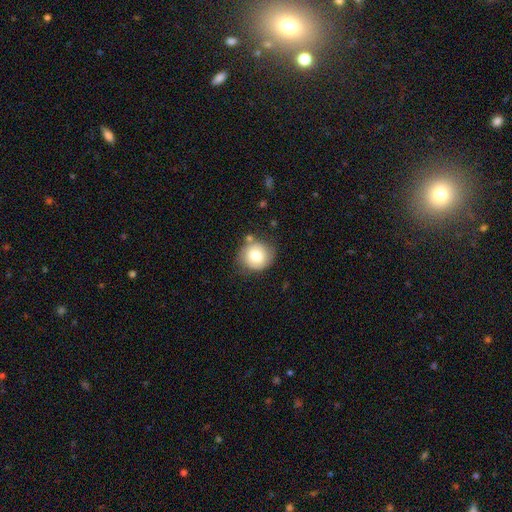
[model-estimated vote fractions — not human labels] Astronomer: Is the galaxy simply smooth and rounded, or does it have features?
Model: smooth — 73%.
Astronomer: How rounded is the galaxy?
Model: round — 87%.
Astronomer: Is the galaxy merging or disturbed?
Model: none — 73%.